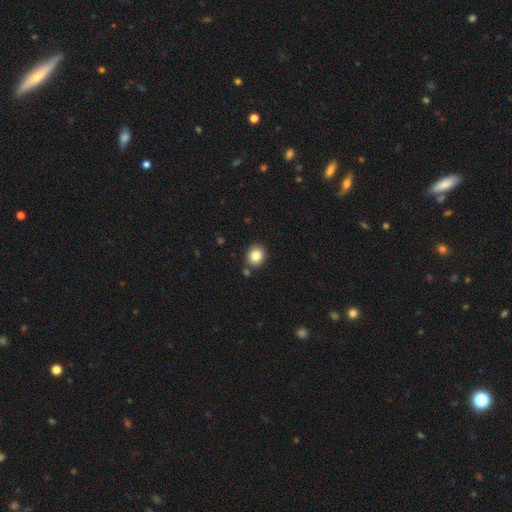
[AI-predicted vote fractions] Overall: smooth (85%). How rounded: round (72%). Merging: none (83%).